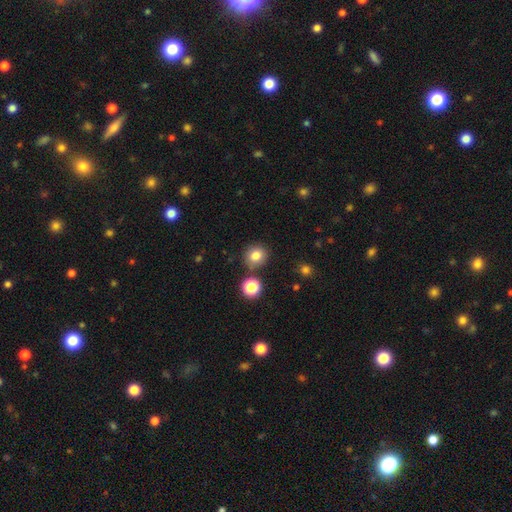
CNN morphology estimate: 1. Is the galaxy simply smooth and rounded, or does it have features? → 81% smooth, 13% star or artifact, 7% featured or disk.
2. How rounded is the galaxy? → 87% round, 12% in between, 1% cigar-shaped.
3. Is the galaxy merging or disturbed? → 82% none, 9% minor disturbance, 7% merger, 3% major disturbance.